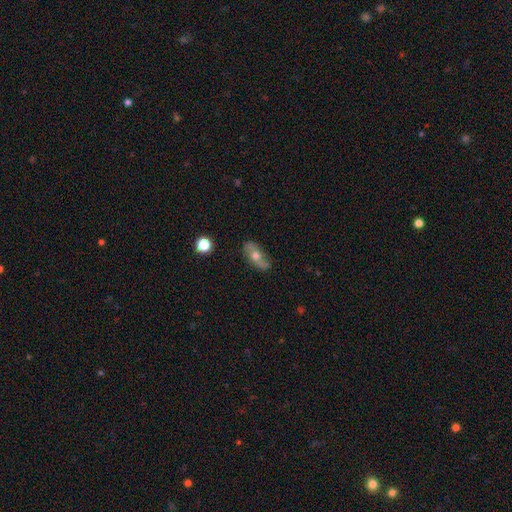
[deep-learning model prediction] This appears to be a smooth galaxy with no disk features (49%). Merging: none (74%).